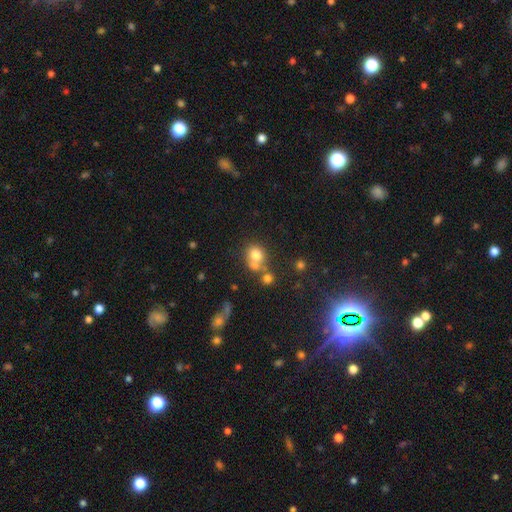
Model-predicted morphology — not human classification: Smooth or featured: smooth — 74% (featured or disk — 13%)
How rounded: round — 74% (in between — 25%)
Merging: none — 44% (merger — 39%)